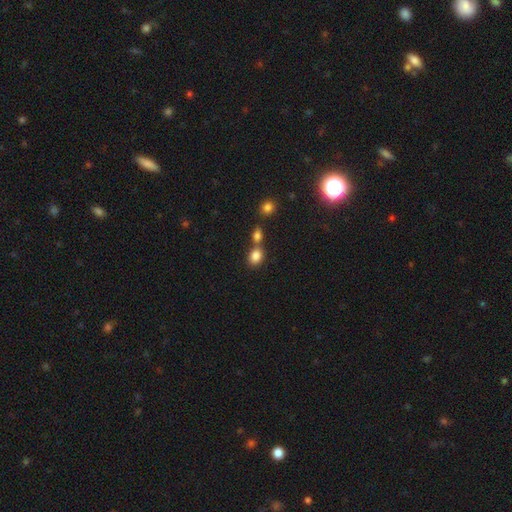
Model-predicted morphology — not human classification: Smooth or featured?
  - smooth: 84% *
  - star or artifact: 10%
  - featured or disk: 6%
How rounded?
  - in between: 56% *
  - round: 43%
  - cigar-shaped: 1%
Merging?
  - none: 49% *
  - merger: 37%
  - minor disturbance: 10%
  - major disturbance: 4%